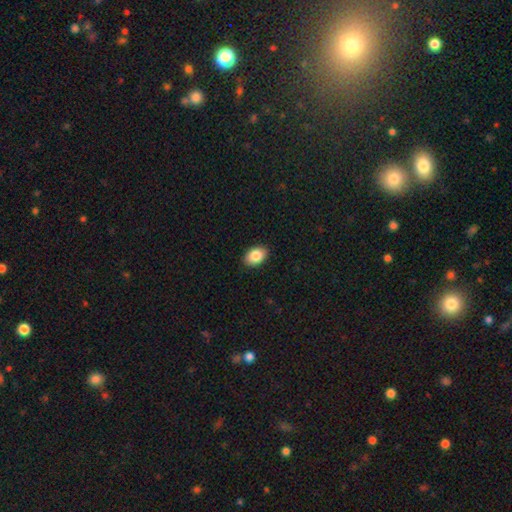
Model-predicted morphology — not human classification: The model was most divided on "how rounded": in between: 87%, round: 12%, cigar-shaped: 1%. More confident: merging — none (90%); smooth or featured — smooth (86%).